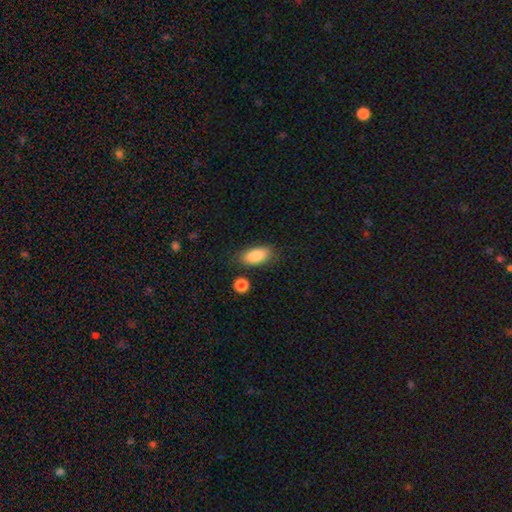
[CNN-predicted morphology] Smooth or featured? smooth (88%)
How rounded? in between (89%)
Merging? none (79%)